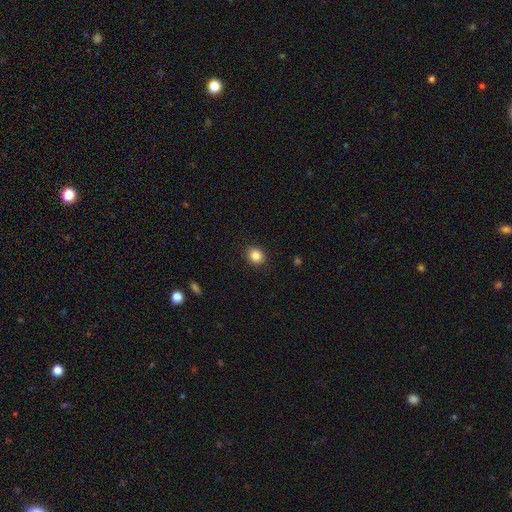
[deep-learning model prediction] Morphology: type=smooth (86%); roundness=round (69%); merging=none (90%).